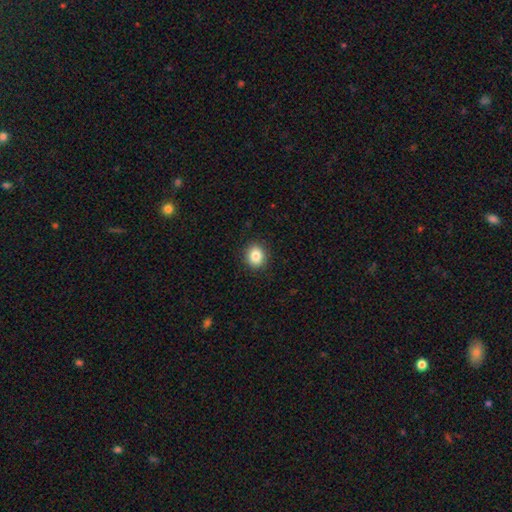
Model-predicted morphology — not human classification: Smooth or featured? smooth (85%)
How rounded? round (70%)
Merging? none (91%)